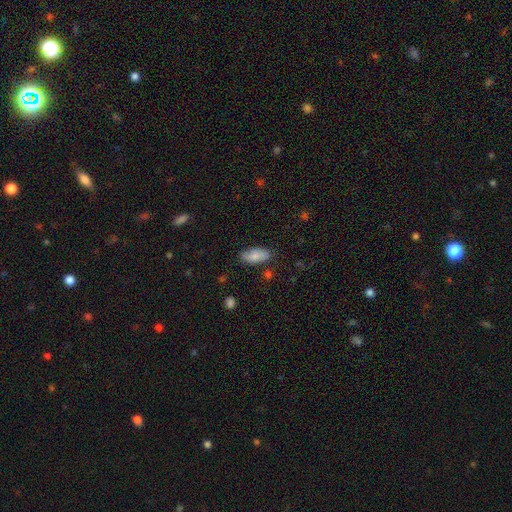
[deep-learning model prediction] Smooth or featured? smooth (83%)
How rounded? in between (87%)
Merging? none (79%)